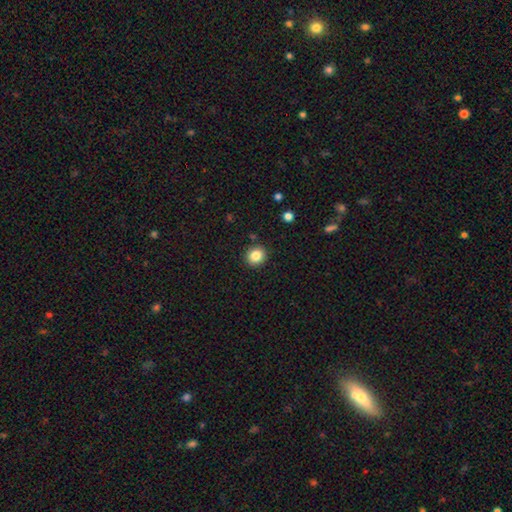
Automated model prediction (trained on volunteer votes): The model was most divided on "how rounded": round: 86%, in between: 14%, cigar-shaped: 1%. More confident: merging — none (90%); smooth or featured — smooth (84%).